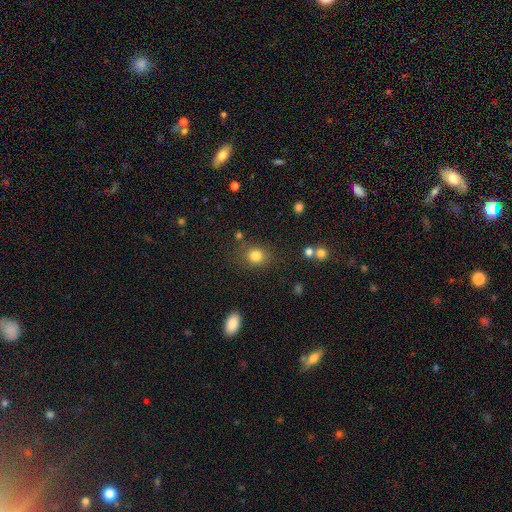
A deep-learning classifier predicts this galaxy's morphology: Smooth or featured: smooth — 82% (star or artifact — 12%)
How rounded: round — 71% (in between — 28%)
Merging: none — 78% (minor disturbance — 12%)